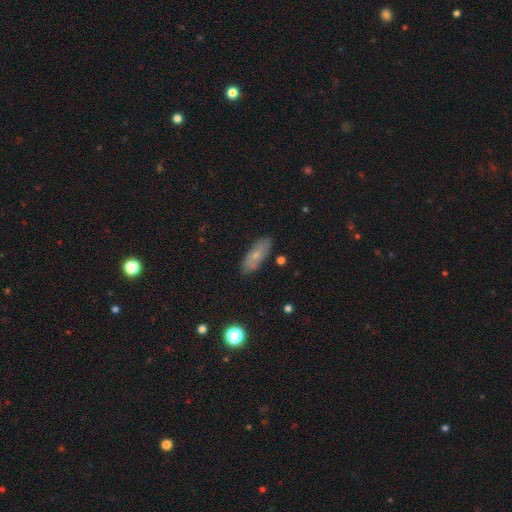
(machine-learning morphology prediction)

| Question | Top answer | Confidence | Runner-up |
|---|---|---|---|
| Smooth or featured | smooth | 64% | featured or disk (28%) |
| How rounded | in between | 68% | cigar-shaped (29%) |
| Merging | none | 83% | minor disturbance (13%) |